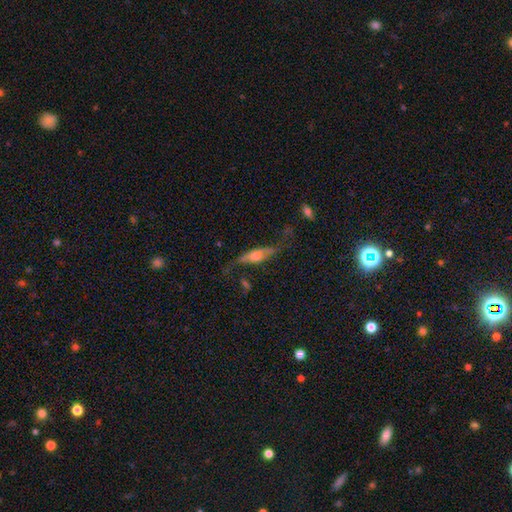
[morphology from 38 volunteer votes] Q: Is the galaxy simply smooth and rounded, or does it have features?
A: featured or disk — 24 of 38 (63%).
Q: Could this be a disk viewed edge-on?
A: yes — 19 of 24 (79%).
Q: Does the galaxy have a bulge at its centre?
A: rounded — 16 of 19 (84%).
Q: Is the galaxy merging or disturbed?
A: none — 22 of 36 (61%).